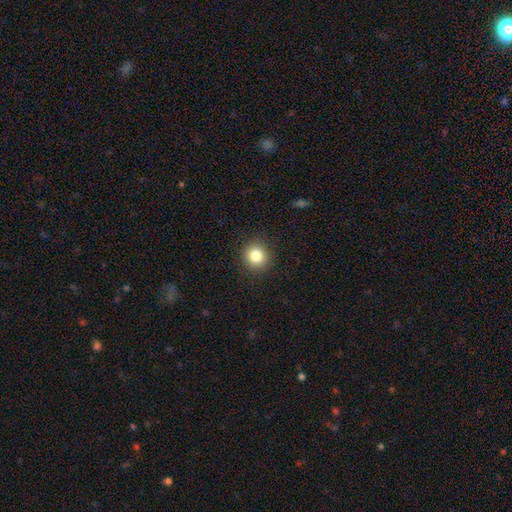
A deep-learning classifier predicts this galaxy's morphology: Smooth or featured: smooth — 83% (star or artifact — 11%)
How rounded: round — 89% (in between — 10%)
Merging: none — 90% (minor disturbance — 7%)